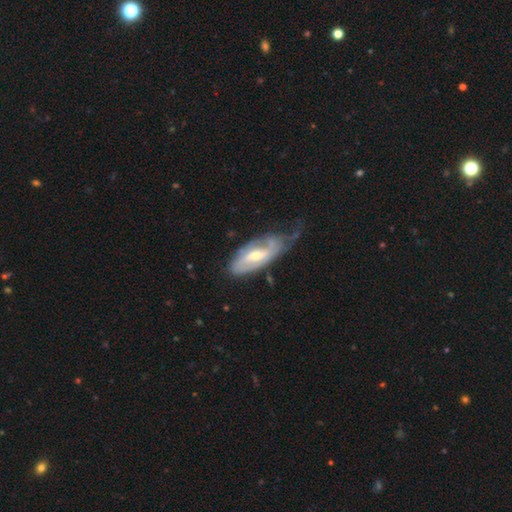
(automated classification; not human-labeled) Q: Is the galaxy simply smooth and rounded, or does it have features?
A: featured or disk — 71%.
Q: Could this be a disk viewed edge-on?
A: no — 88%.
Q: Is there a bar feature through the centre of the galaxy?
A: weak — 45%.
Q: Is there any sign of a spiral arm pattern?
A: yes — 81%.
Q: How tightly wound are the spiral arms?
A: tight — 41%.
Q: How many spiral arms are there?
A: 2 — 50%.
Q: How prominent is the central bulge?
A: moderate — 58%.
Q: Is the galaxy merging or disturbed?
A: none — 40%.